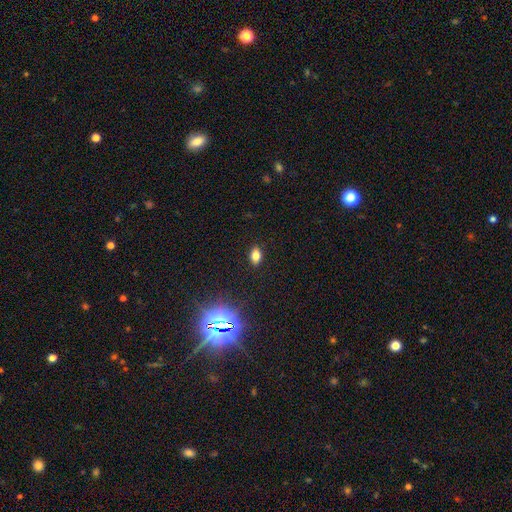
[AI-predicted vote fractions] Q: Smooth or featured?
A: smooth (75%); runner-up: star or artifact (15%)
Q: How rounded?
A: in between (85%); runner-up: round (12%)
Q: Merging?
A: none (89%); runner-up: minor disturbance (8%)